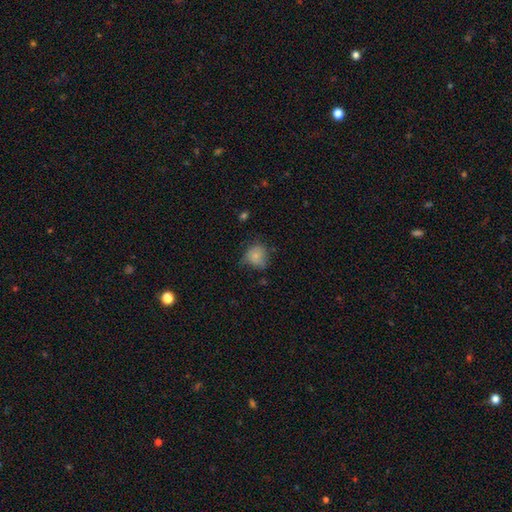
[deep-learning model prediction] Smooth or featured? smooth (78%)
How rounded? round (72%)
Merging? none (49%)